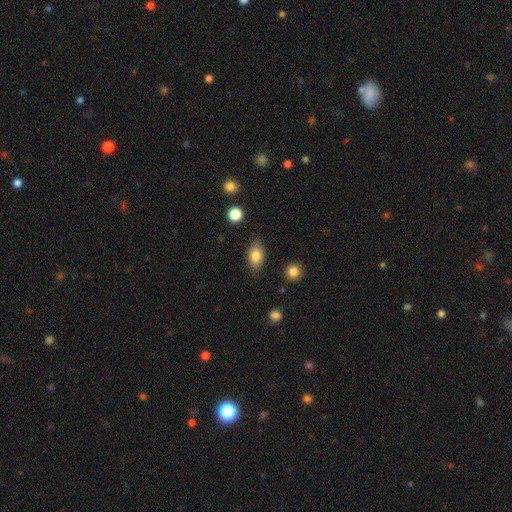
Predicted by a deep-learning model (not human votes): Q: Smooth or featured?
A: smooth (80%); runner-up: featured or disk (12%)
Q: How rounded?
A: in between (88%); runner-up: round (7%)
Q: Merging?
A: none (83%); runner-up: minor disturbance (12%)